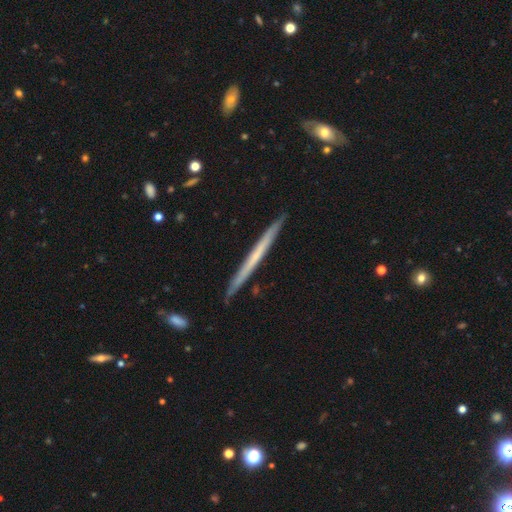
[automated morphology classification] The model was most divided on "smooth or featured": featured or disk: 56%, smooth: 39%, star or artifact: 5%. More confident: edge-on disk — yes (97%); merging — none (90%); edge-on bulge — none (87%).